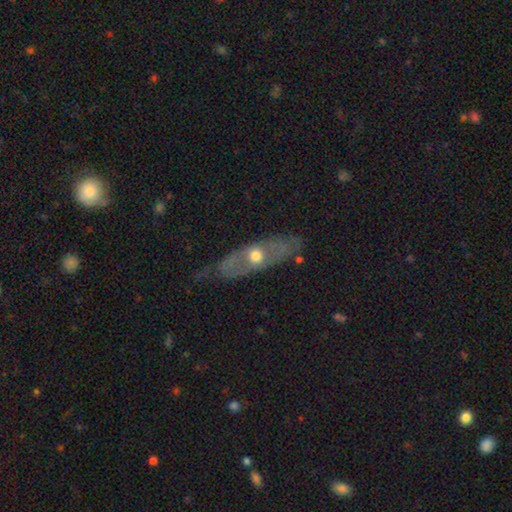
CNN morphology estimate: smooth_or_featured: featured or disk (p=0.62) [alt: smooth p=0.31]
disk_edge_on: no (p=0.59) [alt: yes p=0.41]
merging: none (p=0.73) [alt: minor disturbance p=0.17]